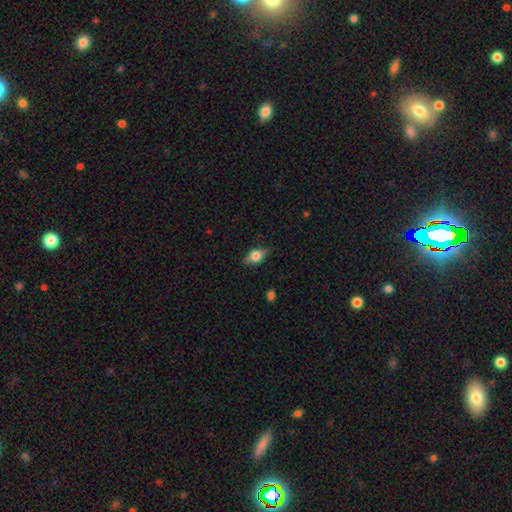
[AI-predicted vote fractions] The model was most divided on "smooth or featured": smooth: 59%, featured or disk: 32%, star or artifact: 9%. More confident: merging — none (81%); how rounded — in between (76%).